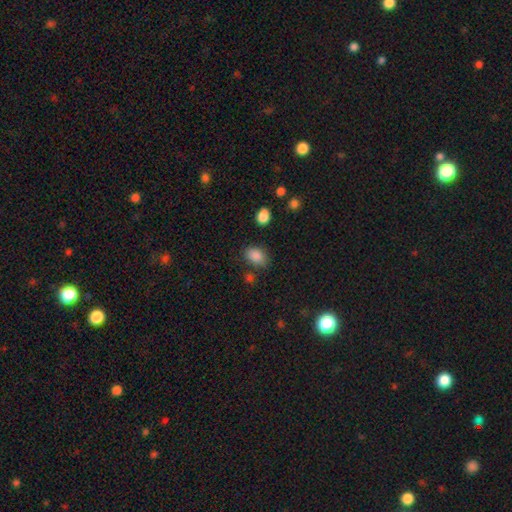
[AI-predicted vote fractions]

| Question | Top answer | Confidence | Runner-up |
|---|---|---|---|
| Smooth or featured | smooth | 86% | star or artifact (9%) |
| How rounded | in between | 82% | round (17%) |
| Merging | none | 74% | minor disturbance (17%) |